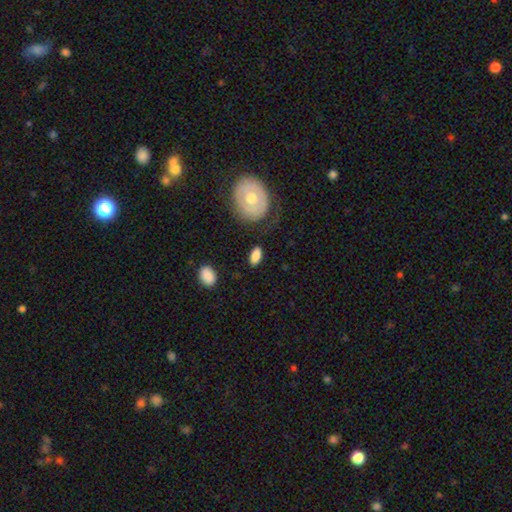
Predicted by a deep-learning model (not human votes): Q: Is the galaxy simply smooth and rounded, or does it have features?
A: smooth — 82%.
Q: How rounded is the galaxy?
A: in between — 88%.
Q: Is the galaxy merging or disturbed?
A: none — 80%.